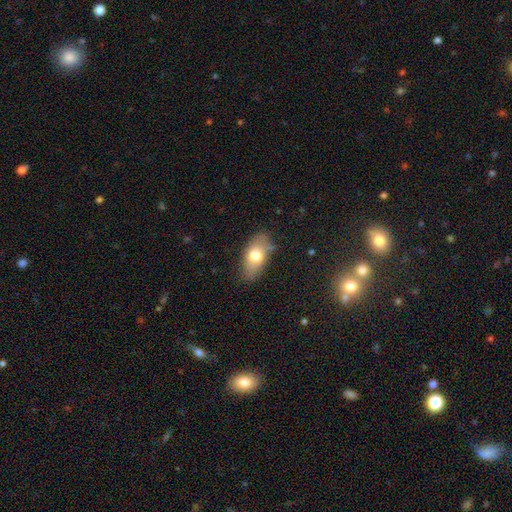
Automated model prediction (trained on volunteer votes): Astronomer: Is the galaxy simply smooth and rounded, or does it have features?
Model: smooth — 72%.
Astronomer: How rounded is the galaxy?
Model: in between — 89%.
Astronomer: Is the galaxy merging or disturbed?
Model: none — 74%.